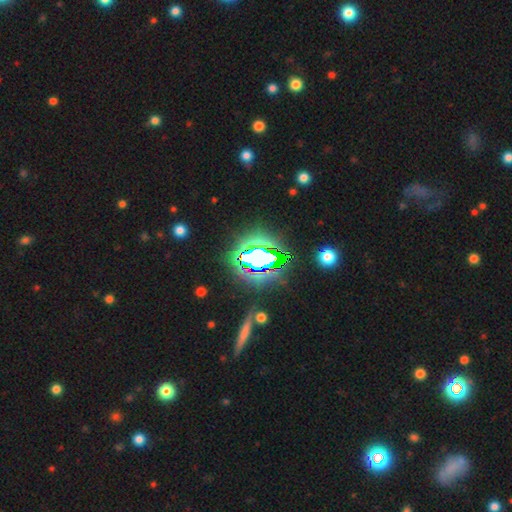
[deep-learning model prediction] Smooth or featured: star or artifact — 65% (smooth — 20%)